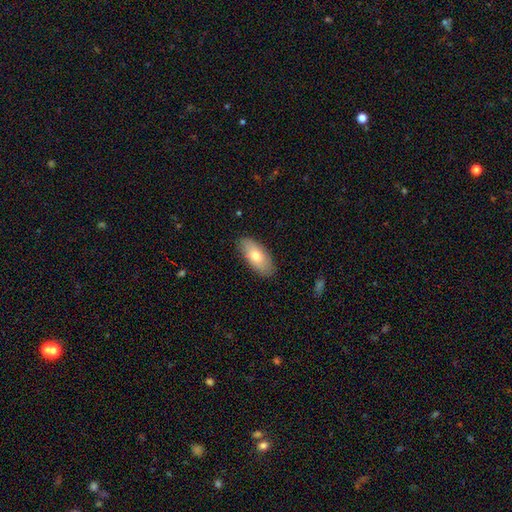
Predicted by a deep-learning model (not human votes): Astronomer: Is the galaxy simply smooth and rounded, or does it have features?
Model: smooth — 73%.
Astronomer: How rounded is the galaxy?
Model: in between — 88%.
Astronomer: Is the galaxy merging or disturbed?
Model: none — 87%.